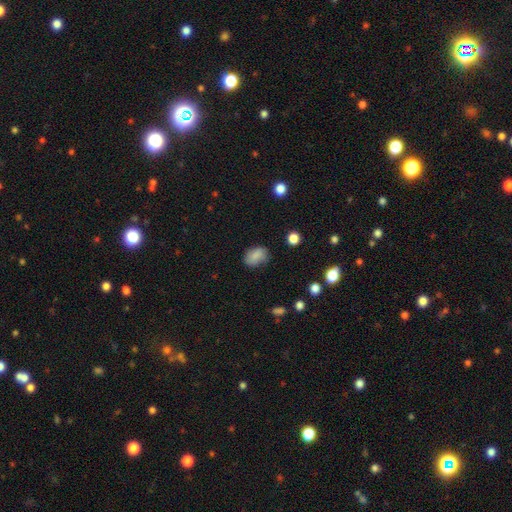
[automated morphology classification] smooth-or-featured: smooth: 84% | star or artifact: 9% | featured or disk: 7%
  how-rounded: in between: 81% | round: 17% | cigar-shaped: 1%
  merging: none: 74% | minor disturbance: 20% | major disturbance: 5% | merger: 2%